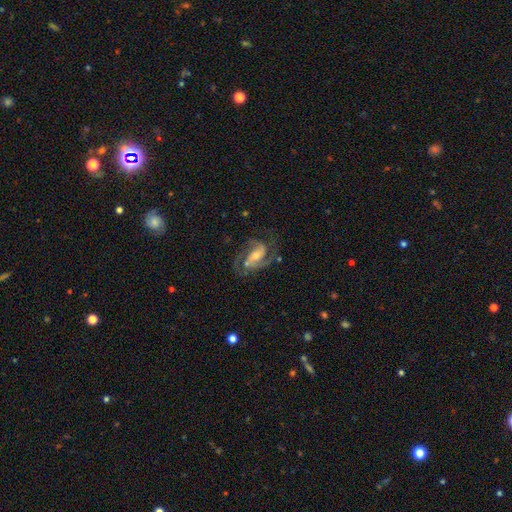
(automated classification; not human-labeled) Smooth or featured? Predicted: featured or disk (p=0.88). Edge-on disk? Predicted: no (p=0.97). Bar? Predicted: weak (p=0.44). Spiral arms? Predicted: yes (p=0.97). Spiral winding? Predicted: medium (p=0.56). Spiral arm count? Predicted: 2 (p=0.63). Bulge size? Predicted: small (p=0.50). Merging? Predicted: none (p=0.69).